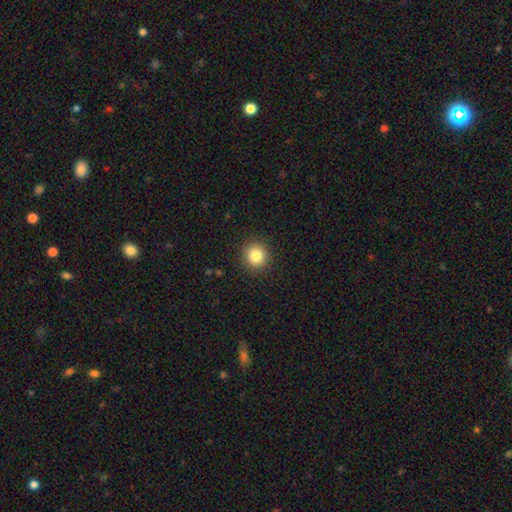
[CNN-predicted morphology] Smooth or featured? smooth (83%)
How rounded? round (93%)
Merging? none (92%)